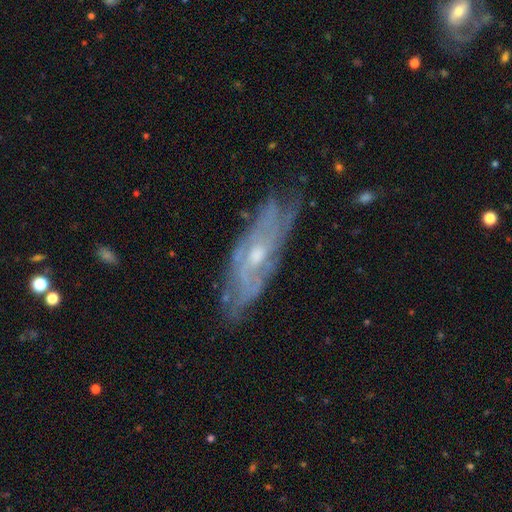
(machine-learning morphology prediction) Smooth or featured?
  - featured or disk: 78% *
  - smooth: 15%
  - star or artifact: 7%
Edge-on disk?
  - no: 73% *
  - yes: 27%
Bar?
  - no: 64% *
  - weak: 30%
  - strong: 6%
Spiral arms?
  - yes: 80% *
  - no: 20%
Bulge size?
  - moderate: 52% *
  - small: 43%
  - none: 2%
  - large: 2%
  - dominant: 1%
Merging?
  - none: 69% *
  - minor disturbance: 22%
  - major disturbance: 7%
  - merger: 2%